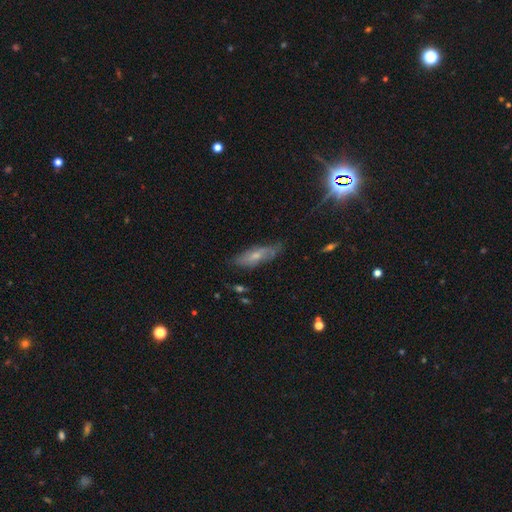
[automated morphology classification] Q: Smooth or featured?
A: featured or disk (46%); runner-up: smooth (44%)
Q: Merging?
A: none (68%); runner-up: minor disturbance (24%)